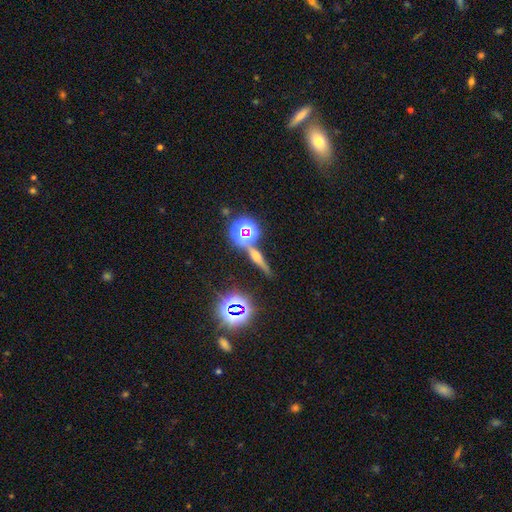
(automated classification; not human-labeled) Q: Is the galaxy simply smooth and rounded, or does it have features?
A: featured or disk — 44%.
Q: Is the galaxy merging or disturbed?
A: none — 80%.